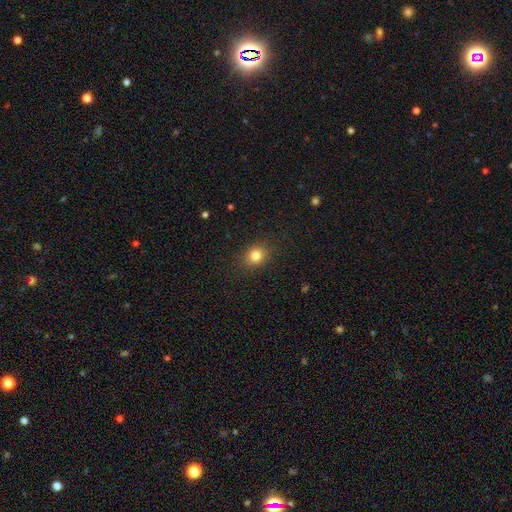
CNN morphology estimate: smooth_or_featured: smooth (p=0.82) [alt: star or artifact p=0.12]
how_rounded: round (p=0.62) [alt: in between p=0.37]
merging: none (p=0.88) [alt: minor disturbance p=0.08]